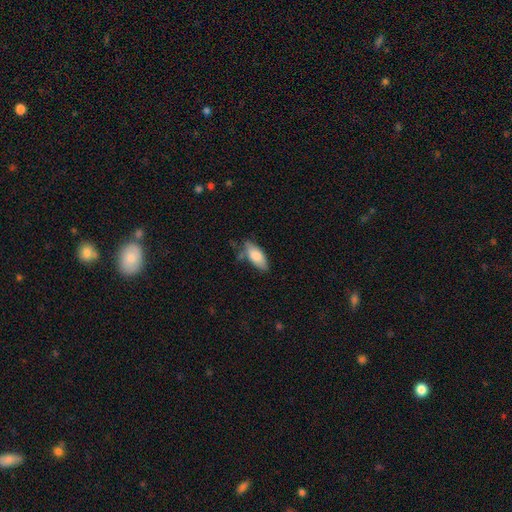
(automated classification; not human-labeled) A smooth galaxy with no disk features (81%) that is in between round and cigar-shaped (83%). Merging: none (64%).